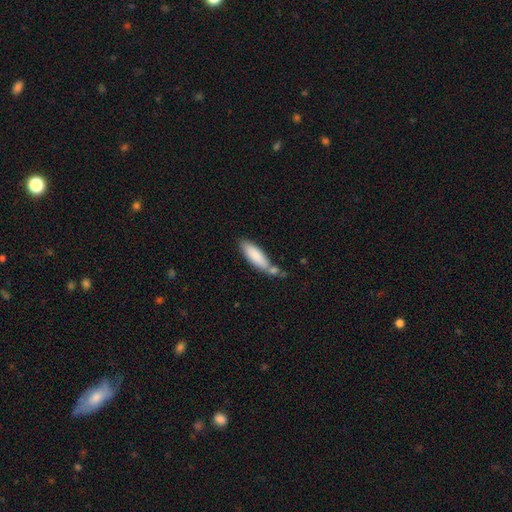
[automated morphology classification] A smooth galaxy with no disk features (83%) that is in between round and cigar-shaped (54%). Merging: none (49%).